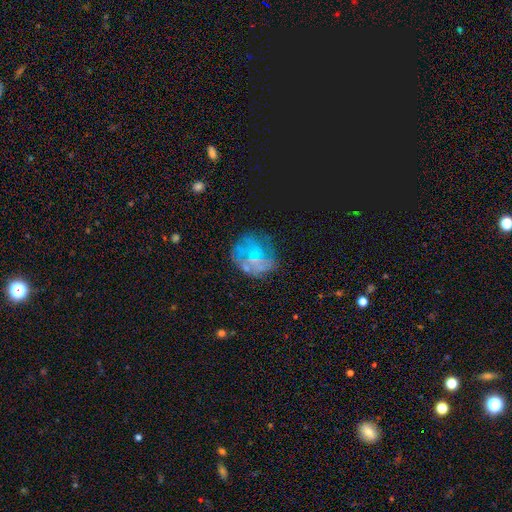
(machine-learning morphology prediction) smooth_or_featured: featured or disk (p=0.47) [alt: smooth p=0.35]
merging: none (p=0.57) [alt: minor disturbance p=0.20]